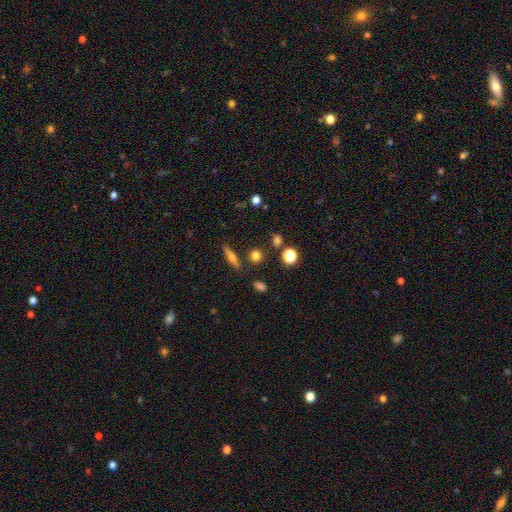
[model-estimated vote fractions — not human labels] This appears to be a smooth galaxy with no disk features (73%) that is round (76%). Merging: none (81%).